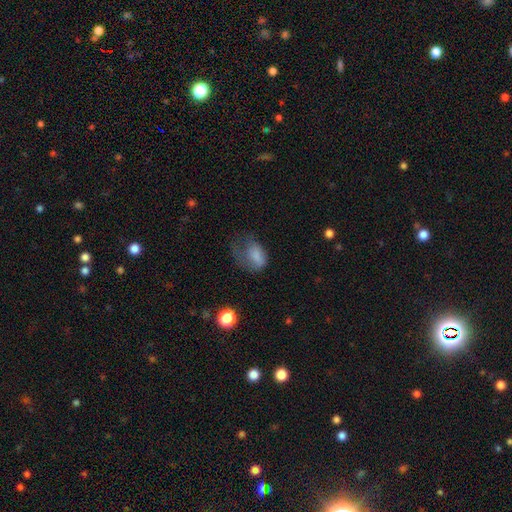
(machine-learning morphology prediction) Overall: smooth (71%). How rounded: in between (78%). Merging: major disturbance (51%; minor disturbance 25%).